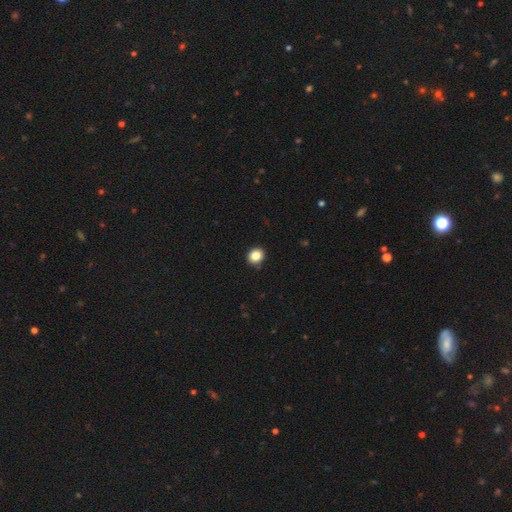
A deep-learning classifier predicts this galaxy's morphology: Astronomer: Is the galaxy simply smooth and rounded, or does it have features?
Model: smooth — 85%.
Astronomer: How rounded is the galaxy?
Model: round — 76%.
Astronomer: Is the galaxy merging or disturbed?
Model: none — 90%.